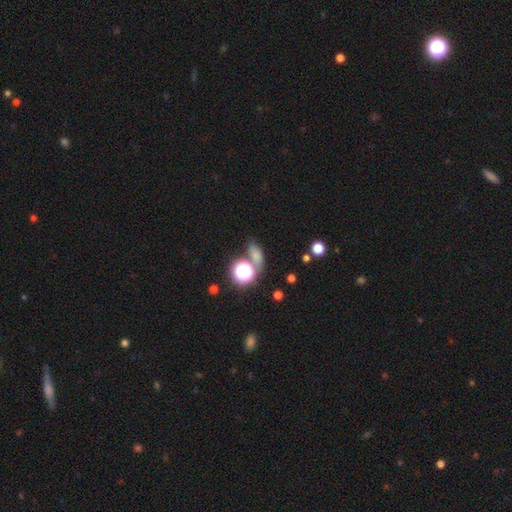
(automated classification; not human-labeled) Smooth or featured? smooth (62%)
How rounded? in between (57%)
Merging? none (61%)